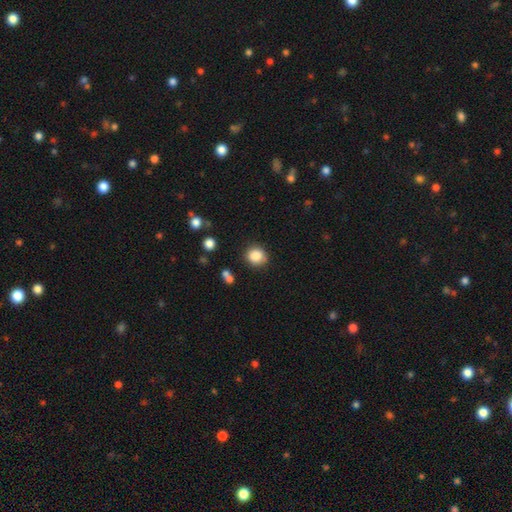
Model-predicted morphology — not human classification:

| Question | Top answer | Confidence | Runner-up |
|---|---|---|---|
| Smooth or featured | smooth | 86% | star or artifact (10%) |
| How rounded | round | 79% | in between (20%) |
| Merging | none | 82% | minor disturbance (12%) |